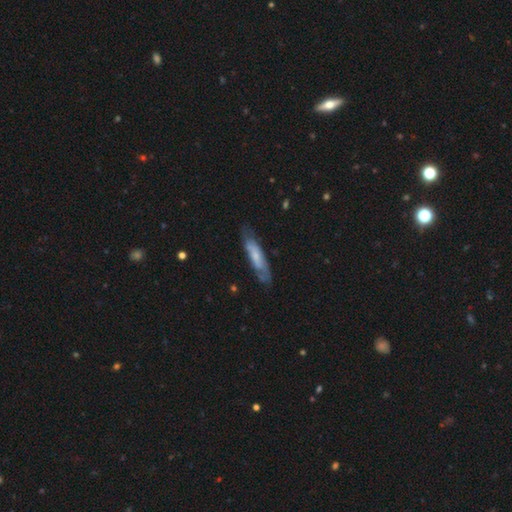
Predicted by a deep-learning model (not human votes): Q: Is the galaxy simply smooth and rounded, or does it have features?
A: featured or disk — 48%.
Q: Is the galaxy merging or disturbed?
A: none — 71%.